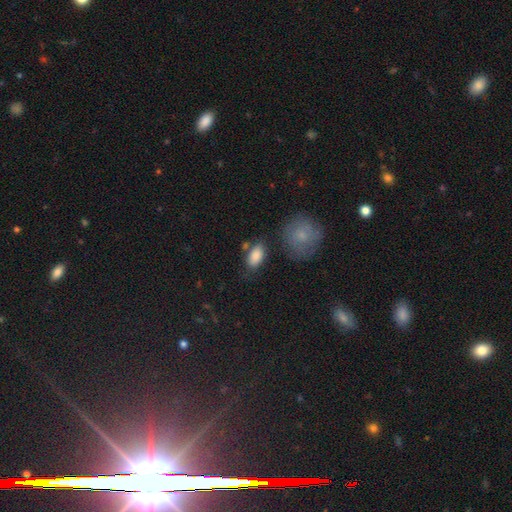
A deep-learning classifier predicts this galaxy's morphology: smooth 87%, star or artifact 7%, featured or disk 6%. Down the decision tree: how rounded — in between (92%); merging — none (72%).